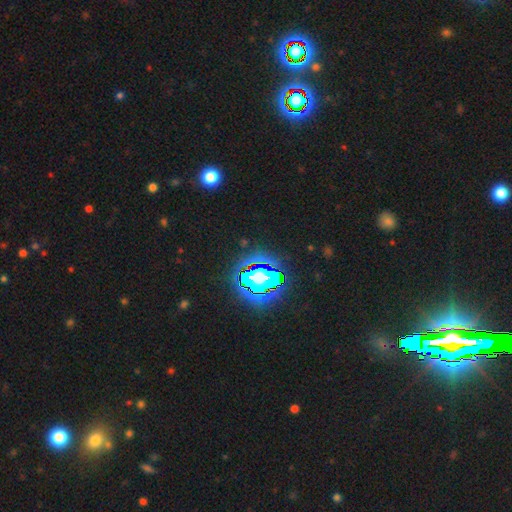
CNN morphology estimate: Overall: star or artifact (80%).